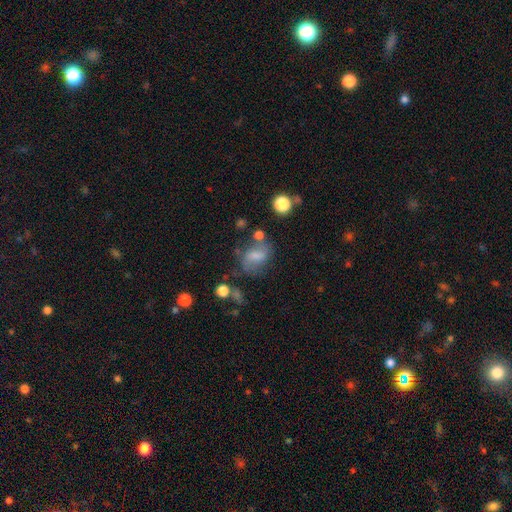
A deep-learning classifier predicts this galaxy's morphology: Q: Smooth or featured?
A: smooth (55%); runner-up: featured or disk (32%)
Q: How rounded?
A: in between (68%); runner-up: round (29%)
Q: Merging?
A: none (49%); runner-up: minor disturbance (23%)